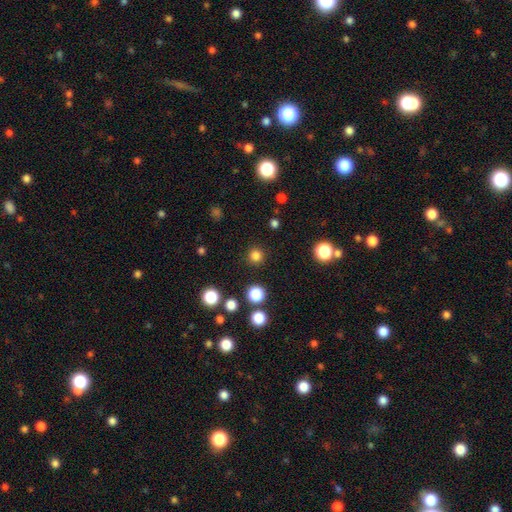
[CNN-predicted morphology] Smooth or featured? Predicted: smooth (p=0.80). How rounded? Predicted: round (p=0.95). Merging? Predicted: none (p=0.91).